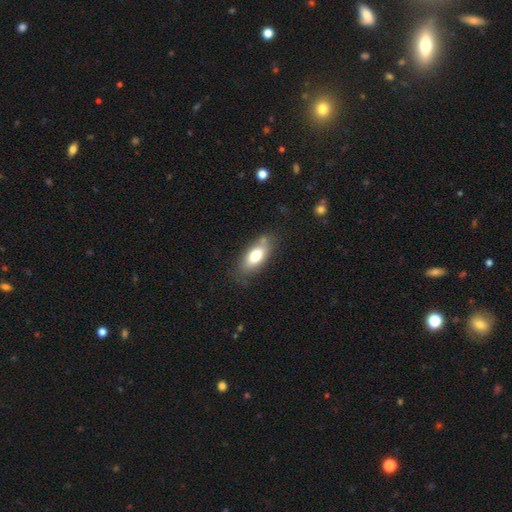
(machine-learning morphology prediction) Smooth or featured?
  - smooth: 72% *
  - featured or disk: 21%
  - star or artifact: 7%
How rounded?
  - in between: 83% *
  - cigar-shaped: 14%
  - round: 3%
Merging?
  - none: 71% *
  - minor disturbance: 20%
  - major disturbance: 5%
  - merger: 3%